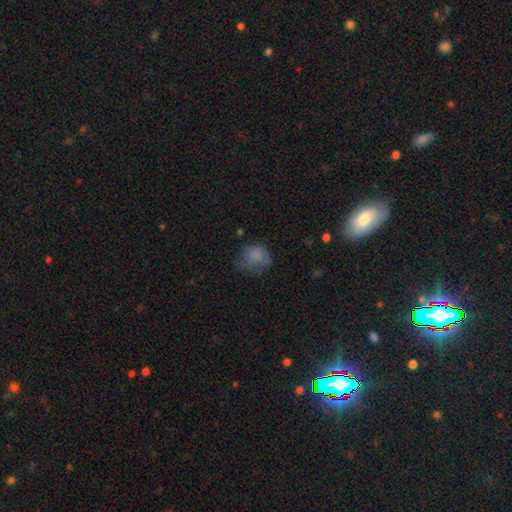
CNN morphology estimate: smooth 72%, featured or disk 16%, star or artifact 12%. Down the decision tree: how rounded — round (65%); merging — none (42%).